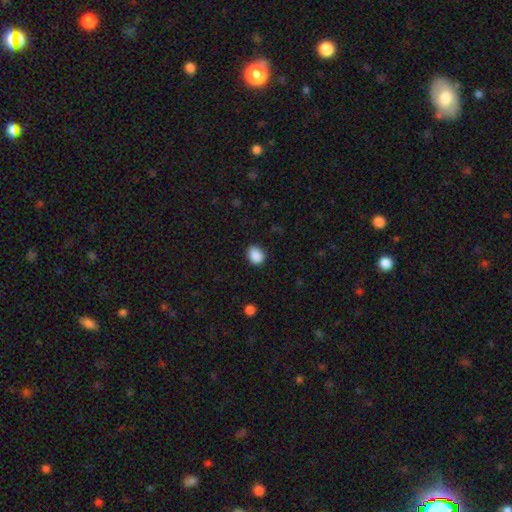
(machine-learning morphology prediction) smooth_or_featured: smooth (p=0.88) [alt: star or artifact p=0.09]
how_rounded: round (p=0.51) [alt: in between p=0.48]
merging: none (p=0.82) [alt: minor disturbance p=0.14]